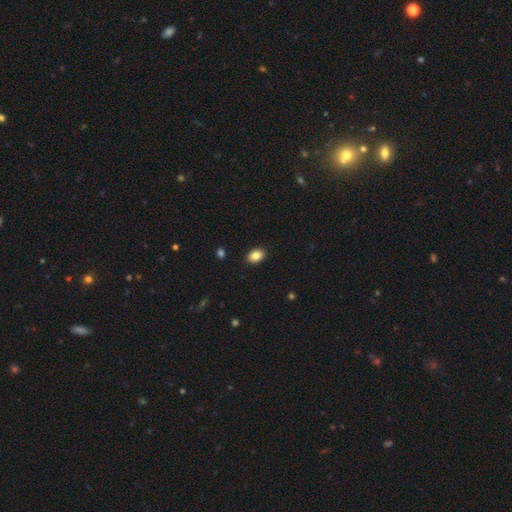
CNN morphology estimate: Q: Smooth or featured?
A: smooth (86%); runner-up: star or artifact (8%)
Q: How rounded?
A: in between (81%); runner-up: round (18%)
Q: Merging?
A: none (89%); runner-up: minor disturbance (8%)